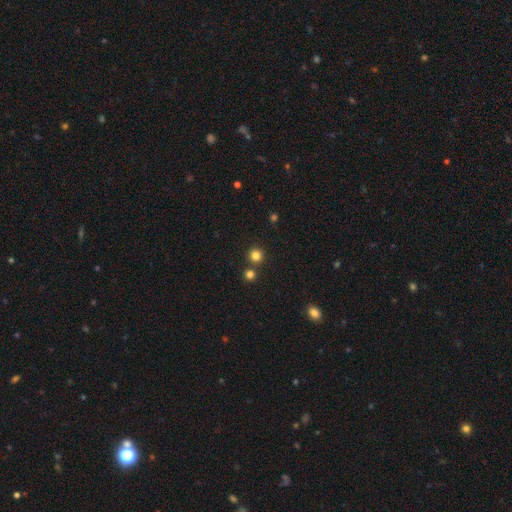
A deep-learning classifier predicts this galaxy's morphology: type=smooth (81%); roundness=round (95%); merging=none (82%).